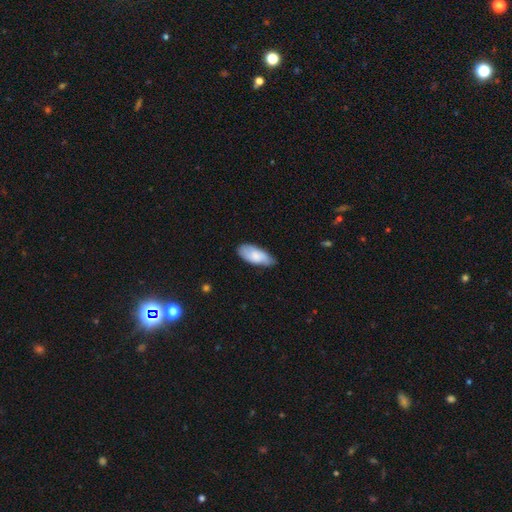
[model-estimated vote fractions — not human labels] smooth-or-featured: smooth: 77% | featured or disk: 17% | star or artifact: 6%
  how-rounded: in between: 86% | cigar-shaped: 13% | round: 2%
  merging: none: 64% | minor disturbance: 31% | major disturbance: 4% | merger: 1%